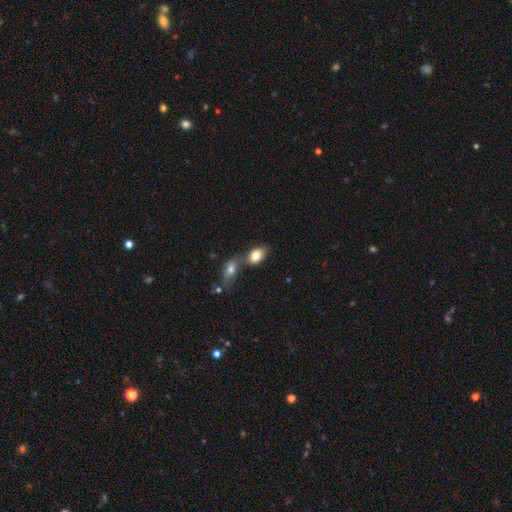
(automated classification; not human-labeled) This appears to be a smooth galaxy with no disk features (81%) that is in between round and cigar-shaped (85%). Merging: merger (49%).